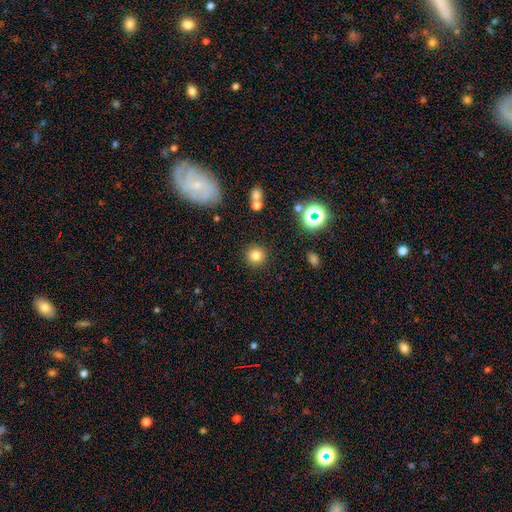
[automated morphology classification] Smooth or featured? Predicted: smooth (p=0.79). How rounded? Predicted: round (p=0.94). Merging? Predicted: none (p=0.89).